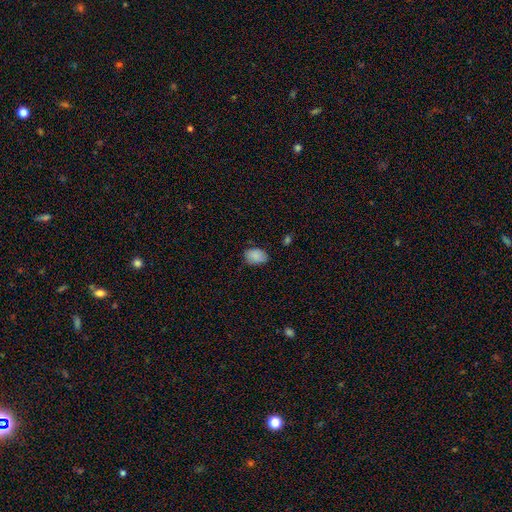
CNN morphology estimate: smooth-or-featured: smooth: 87% | star or artifact: 8% | featured or disk: 5%
  how-rounded: in between: 84% | round: 15% | cigar-shaped: 1%
  merging: none: 76% | minor disturbance: 19% | major disturbance: 3% | merger: 1%